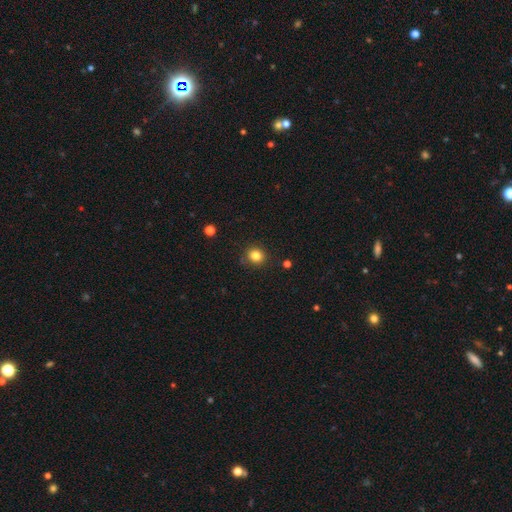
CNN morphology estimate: Smooth or featured?
  - smooth: 83% *
  - star or artifact: 12%
  - featured or disk: 5%
How rounded?
  - round: 87% *
  - in between: 12%
  - cigar-shaped: 1%
Merging?
  - none: 88% *
  - minor disturbance: 8%
  - major disturbance: 2%
  - merger: 2%